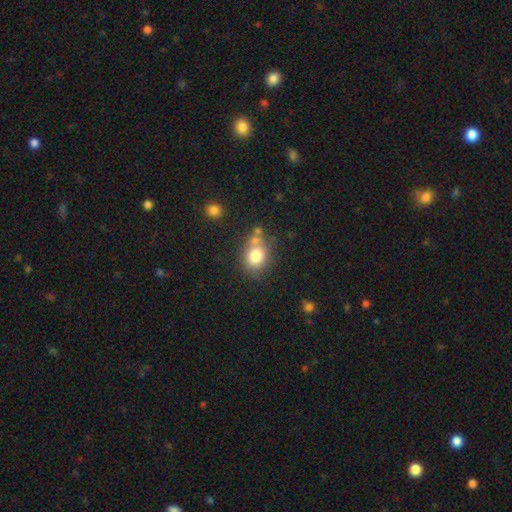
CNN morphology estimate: type=smooth (78%); roundness=round (58%); merging=none (56%).